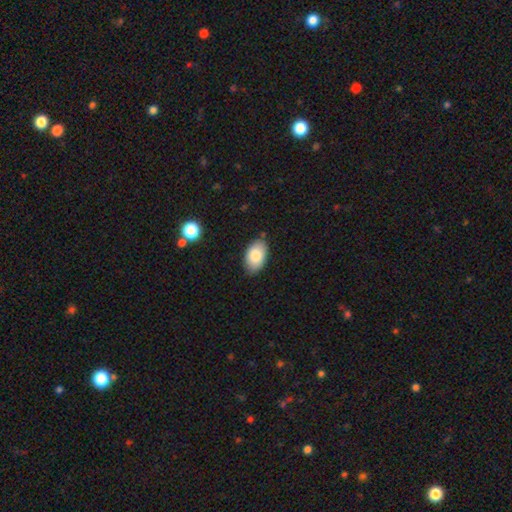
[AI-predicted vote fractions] Morphology: type=smooth (83%); roundness=in between (93%); merging=none (82%).